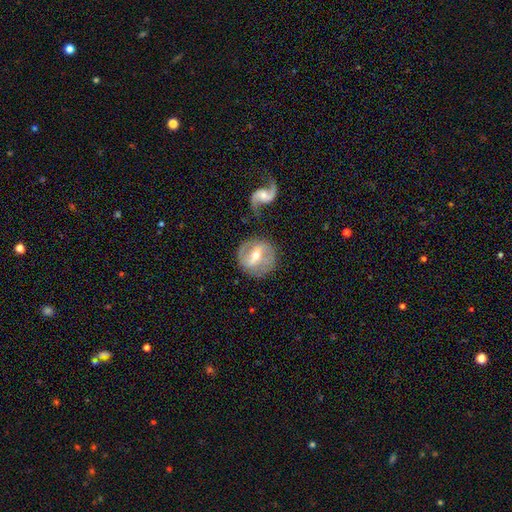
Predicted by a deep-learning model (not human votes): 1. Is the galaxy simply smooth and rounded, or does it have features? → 76% featured or disk, 18% smooth, 6% star or artifact.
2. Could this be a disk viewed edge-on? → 95% no, 5% yes.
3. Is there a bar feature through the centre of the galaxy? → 49% strong, 37% weak, 14% no.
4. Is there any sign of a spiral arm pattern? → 82% yes, 18% no.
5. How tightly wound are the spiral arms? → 45% medium, 28% tight, 27% loose.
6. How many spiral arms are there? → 82% 2, 8% can't tell, 5% 1, 2% 3, 1% 4, 1% more than 4.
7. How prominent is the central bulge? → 62% moderate, 34% small, 2% large, 1% none, 1% dominant.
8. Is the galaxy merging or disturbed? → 71% none, 14% minor disturbance, 9% merger, 6% major disturbance.